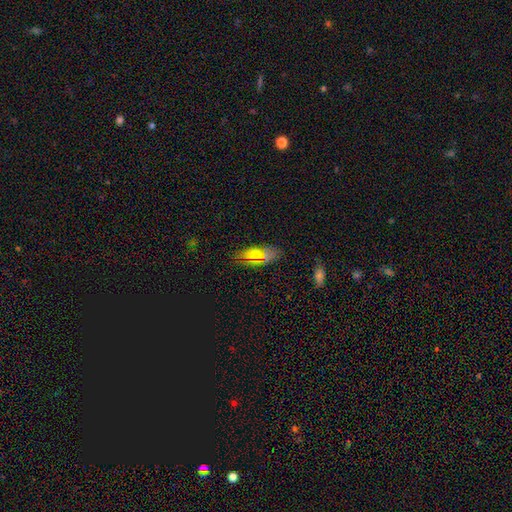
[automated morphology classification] This appears to be a smooth galaxy with no disk features (68%) that is in between round and cigar-shaped (85%). Merging: none (83%).